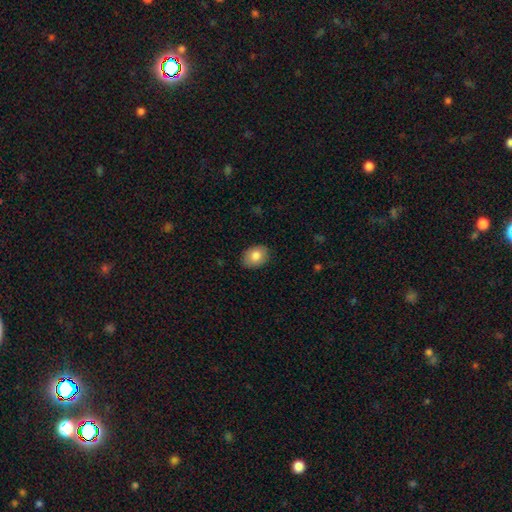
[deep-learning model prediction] smooth 84%, featured or disk 9%, star or artifact 7%. Down the decision tree: how rounded — in between (67%); merging — none (86%).